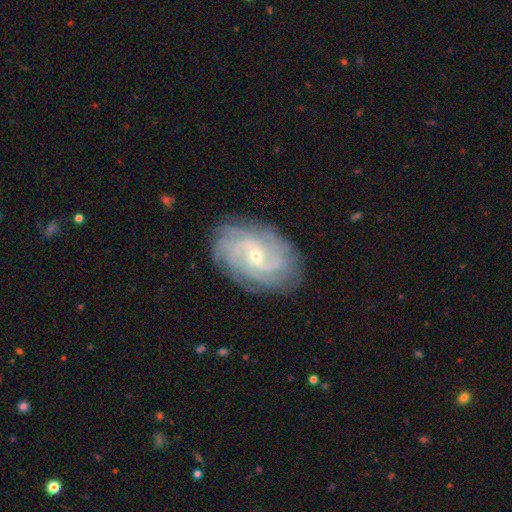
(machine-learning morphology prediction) Smooth or featured: featured or disk — 87% (smooth — 7%)
Edge-on disk: no — 96% (yes — 4%)
Bar: no — 51% (weak — 39%)
Spiral arms: yes — 97% (no — 3%)
Spiral winding: tight — 65% (medium — 28%)
Spiral arm count: can't tell — 27% (4 — 26%)
Bulge size: small — 74% (moderate — 23%)
Merging: none — 82% (minor disturbance — 13%)